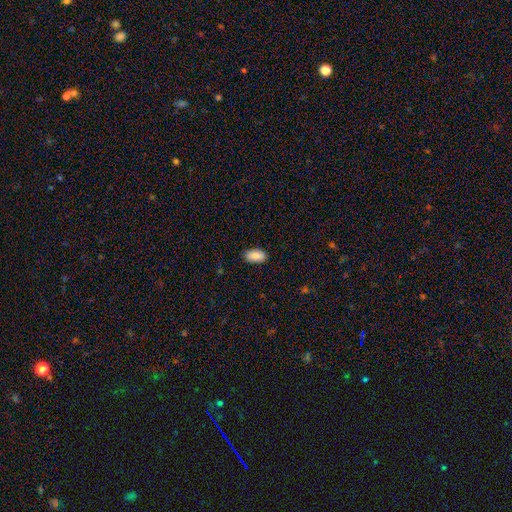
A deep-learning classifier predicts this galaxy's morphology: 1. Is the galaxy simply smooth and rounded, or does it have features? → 87% smooth, 7% star or artifact, 7% featured or disk.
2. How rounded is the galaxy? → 93% in between, 4% cigar-shaped, 3% round.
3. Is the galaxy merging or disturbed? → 88% none, 9% minor disturbance, 2% major disturbance, 1% merger.